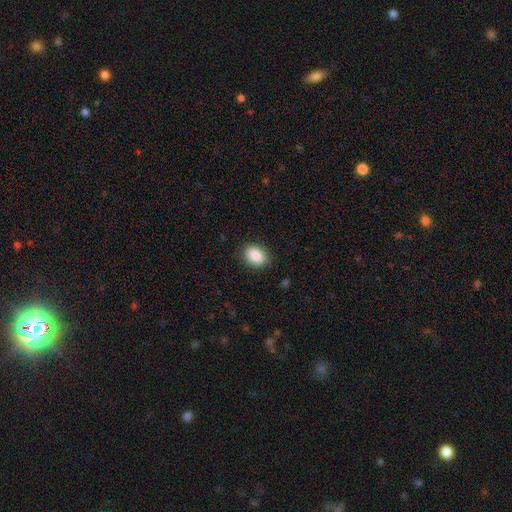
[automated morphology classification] Overall: smooth (88%). How rounded: in between (72%). Merging: none (87%).